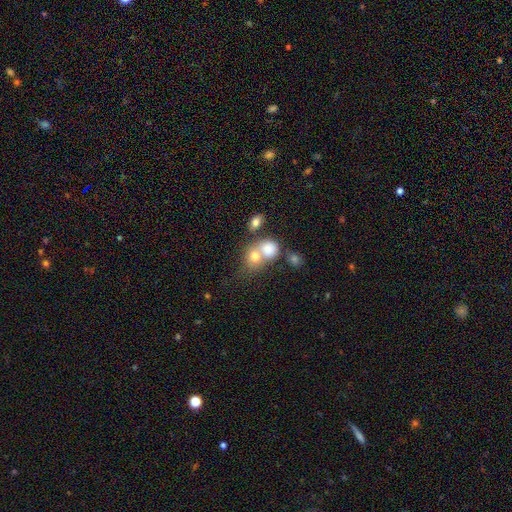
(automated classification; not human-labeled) A smooth galaxy with no disk features (68%) that is round (68%).

Vote fractions:
- Smooth or featured? smooth: 68% / star or artifact: 17% / featured or disk: 15%
- How rounded? round: 68% / in between: 30% / cigar-shaped: 2%
- Merging? merger: 52% / none: 35% / minor disturbance: 8% / major disturbance: 5%